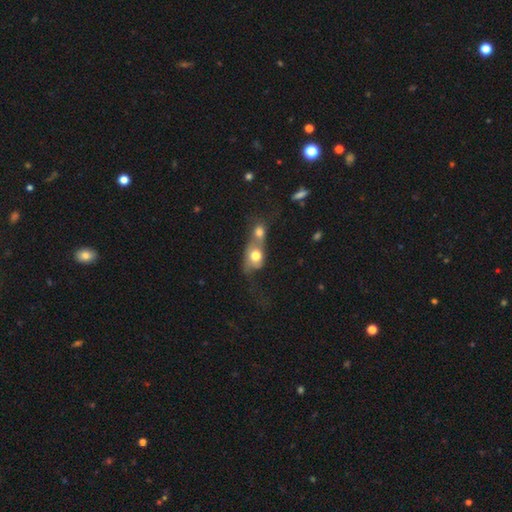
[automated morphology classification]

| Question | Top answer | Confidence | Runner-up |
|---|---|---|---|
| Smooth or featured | smooth | 66% | featured or disk (25%) |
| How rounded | in between | 48% | tied: round (48%) |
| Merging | merger | 77% | none (10%) |